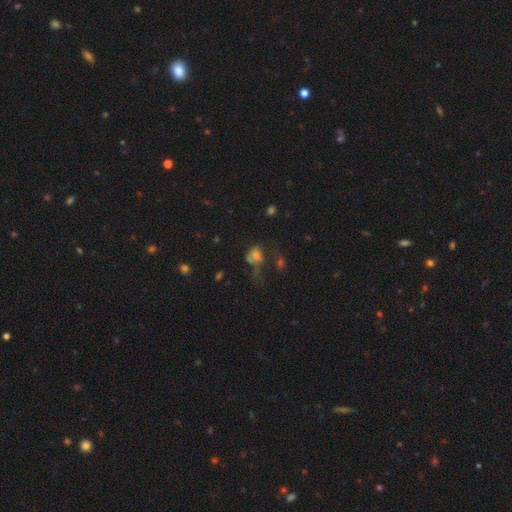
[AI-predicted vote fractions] Smooth or featured: smooth — 61% (star or artifact — 20%)
How rounded: in between — 53% (round — 45%)
Merging: major disturbance — 33% (none — 28%)